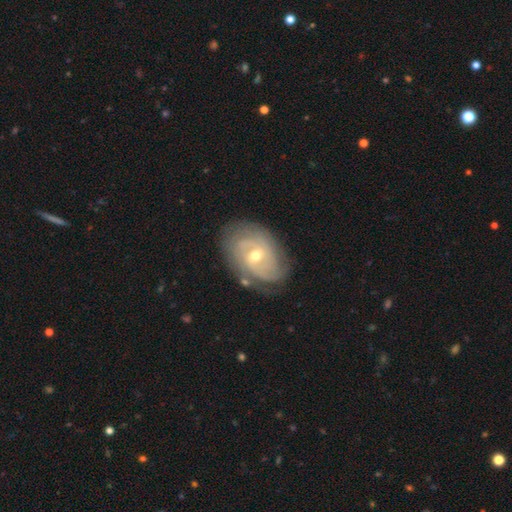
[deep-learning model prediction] smooth_or_featured: featured or disk (p=0.80) [alt: smooth p=0.13]
disk_edge_on: no (p=0.96) [alt: yes p=0.04]
bar: no (p=0.50) [alt: weak p=0.41]
has_spiral_arms: yes (p=0.92) [alt: no p=0.08]
spiral_winding: tight (p=0.61) [alt: medium p=0.30]
spiral_arm_count: can't tell (p=0.33) [alt: 2 p=0.31]
bulge_size: moderate (p=0.59) [alt: small p=0.38]
merging: none (p=0.75) [alt: minor disturbance p=0.17]